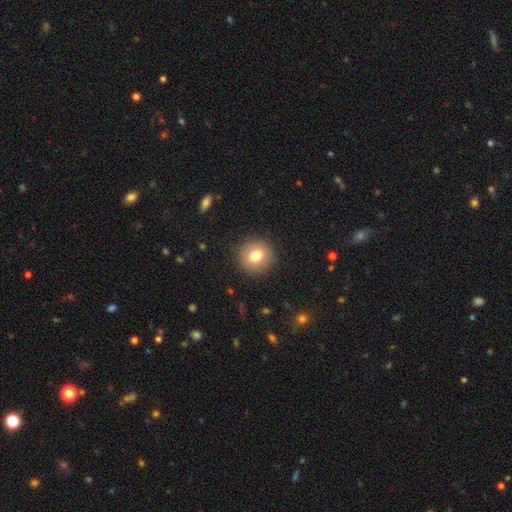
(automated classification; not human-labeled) The model was most divided on "smooth or featured": smooth: 76%, featured or disk: 13%, star or artifact: 10%. More confident: merging — none (90%); how rounded — round (90%).